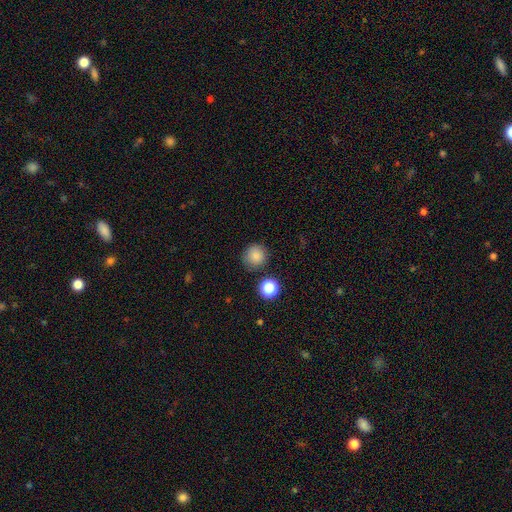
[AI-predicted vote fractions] A smooth galaxy with no disk features (84%) that is round (92%). Merging: none (83%).